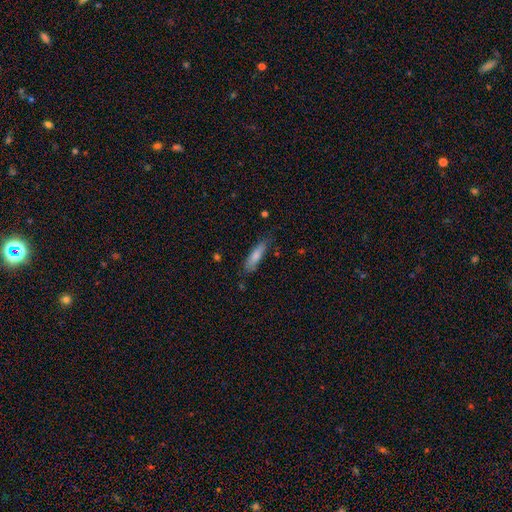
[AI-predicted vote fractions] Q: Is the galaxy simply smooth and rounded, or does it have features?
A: smooth — 78%.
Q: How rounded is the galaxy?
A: cigar-shaped — 68%.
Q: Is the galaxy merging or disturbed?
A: none — 73%.